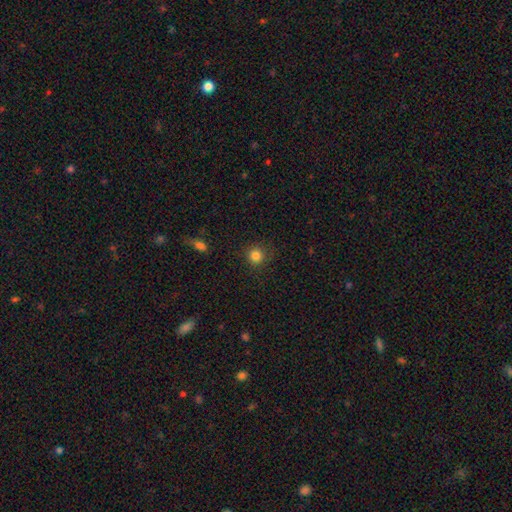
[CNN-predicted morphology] smooth_or_featured: smooth (p=0.84) [alt: star or artifact p=0.12]
how_rounded: round (p=0.94) [alt: in between p=0.05]
merging: none (p=0.88) [alt: minor disturbance p=0.08]